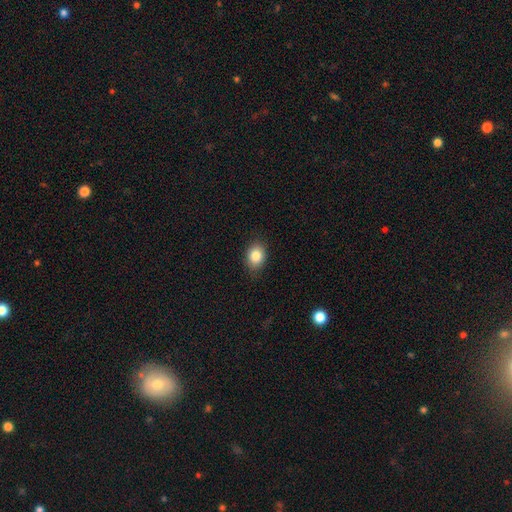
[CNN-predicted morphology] type=smooth (85%); roundness=in between (66%); merging=none (84%).